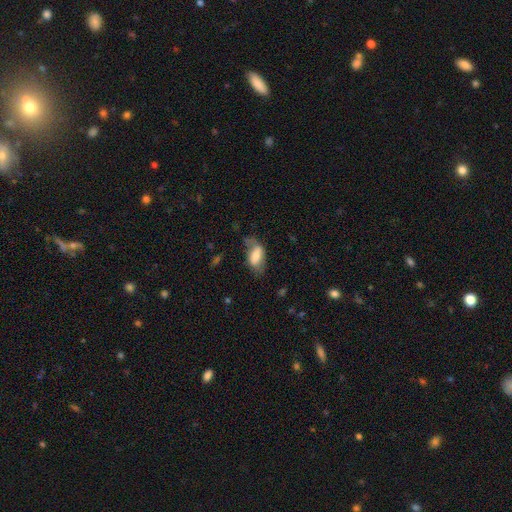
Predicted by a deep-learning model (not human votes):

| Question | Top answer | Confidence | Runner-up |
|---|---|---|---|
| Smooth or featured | smooth | 66% | featured or disk (27%) |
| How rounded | in between | 90% | cigar-shaped (6%) |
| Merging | none | 44% | minor disturbance (31%) |